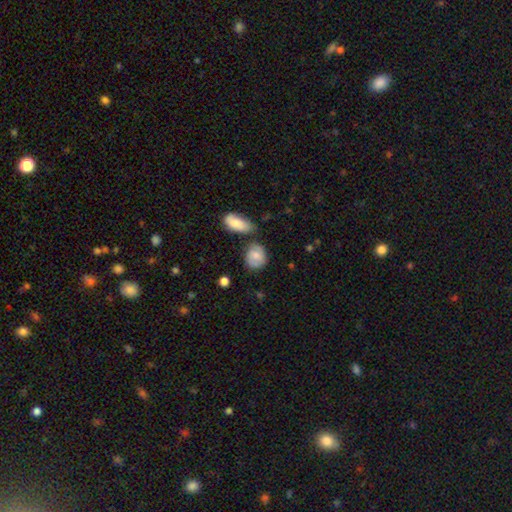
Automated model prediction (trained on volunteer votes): Morphology: type=smooth (65%); roundness=round (53%); merging=none (57%).